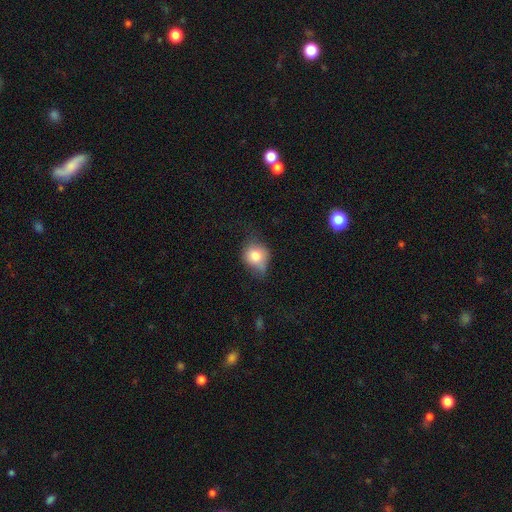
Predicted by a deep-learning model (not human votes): The model was most divided on "merging": none: 44%, minor disturbance: 39%, major disturbance: 15%, merger: 2%. More confident: smooth or featured — smooth (73%); how rounded — round (63%).